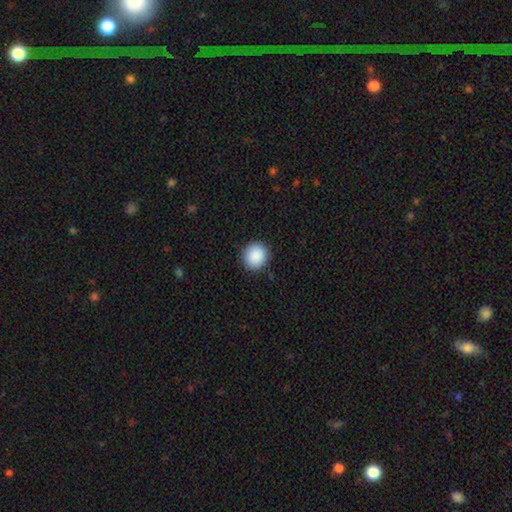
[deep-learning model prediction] A smooth galaxy with no disk features (89%) that is round (91%). Merging: none (90%).